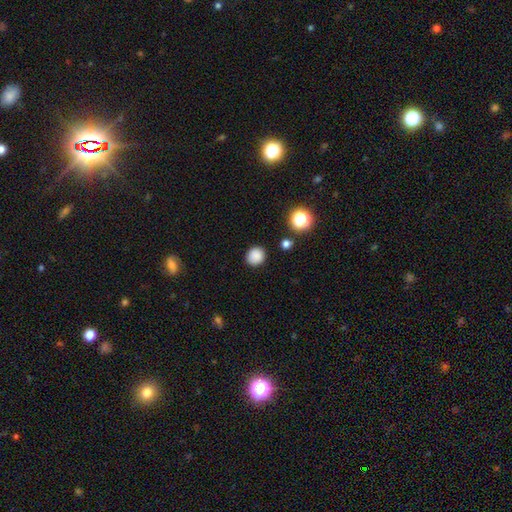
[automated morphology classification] Smooth or featured? Predicted: smooth (p=0.85). How rounded? Predicted: round (p=0.84). Merging? Predicted: none (p=0.86).